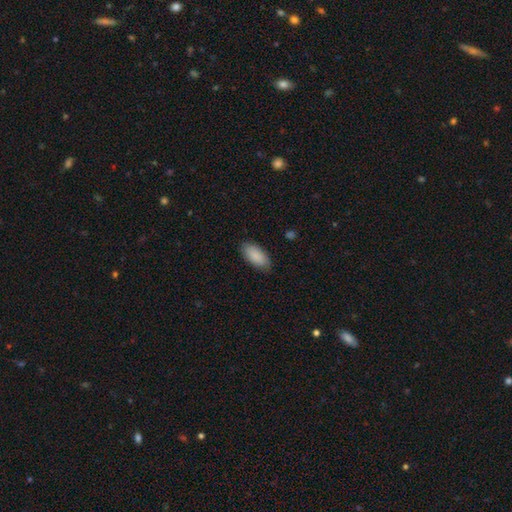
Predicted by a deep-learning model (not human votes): Smooth or featured?
  - smooth: 90% *
  - star or artifact: 6%
  - featured or disk: 5%
How rounded?
  - in between: 92% *
  - cigar-shaped: 7%
  - round: 2%
Merging?
  - none: 86% *
  - minor disturbance: 11%
  - major disturbance: 2%
  - merger: 1%